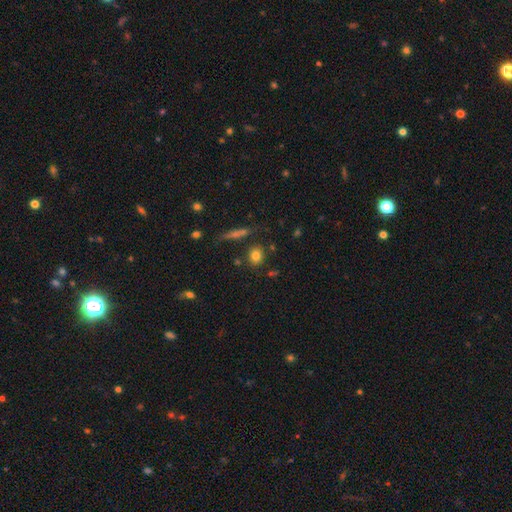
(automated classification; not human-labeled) Smooth or featured?
  - smooth: 80% *
  - star or artifact: 11%
  - featured or disk: 9%
How rounded?
  - round: 65% *
  - in between: 32%
  - cigar-shaped: 3%
Merging?
  - none: 81% *
  - minor disturbance: 10%
  - merger: 6%
  - major disturbance: 3%